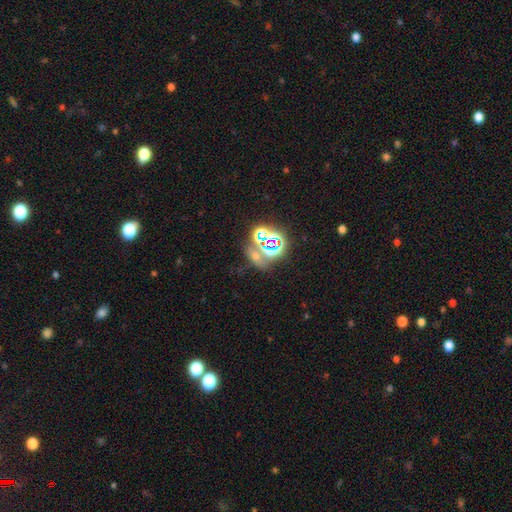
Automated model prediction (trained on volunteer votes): A star or artifact, not a galaxy (67%).